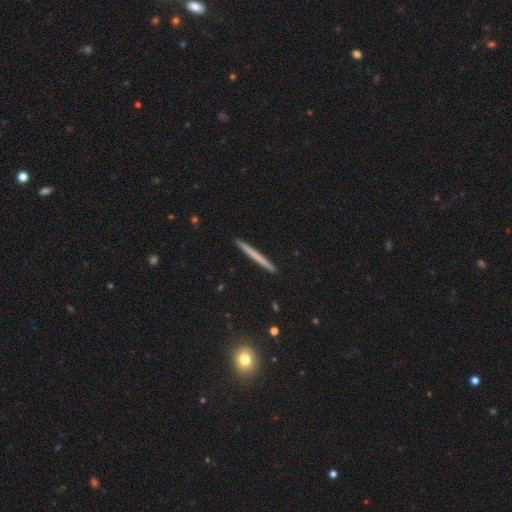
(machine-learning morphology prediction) type=smooth (58%); roundness=cigar-shaped (97%); merging=none (93%).